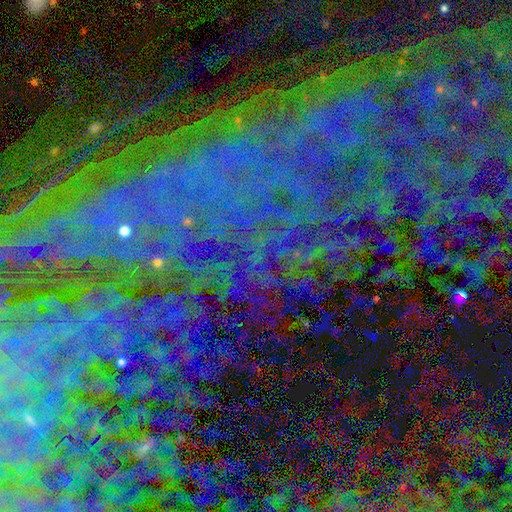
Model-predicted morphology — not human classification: type=star or artifact (80%).